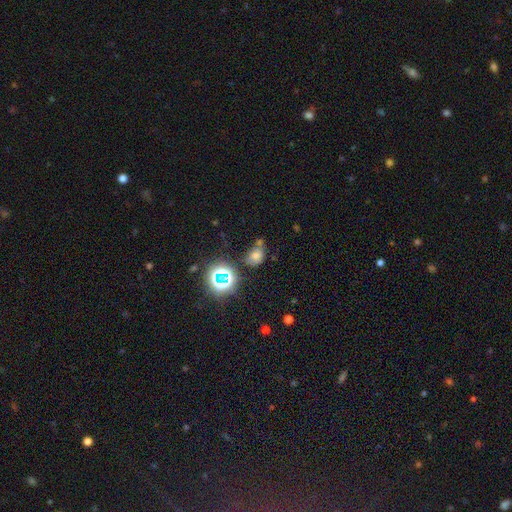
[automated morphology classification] smooth 50%, star or artifact 38%, featured or disk 12%. Down the decision tree: merging — none (59%).